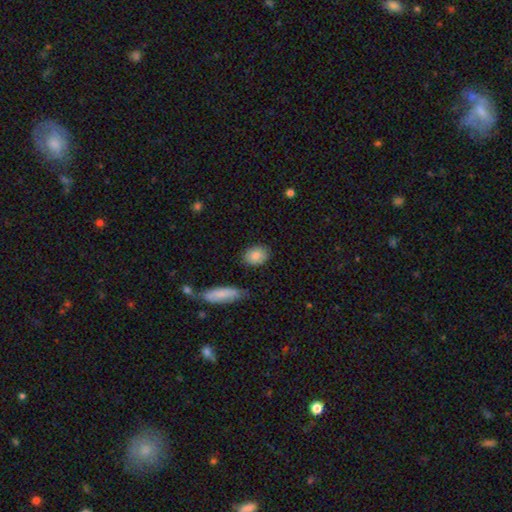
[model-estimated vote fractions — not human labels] Overall: smooth (85%). How rounded: in between (63%; round 35%). Merging: none (80%).